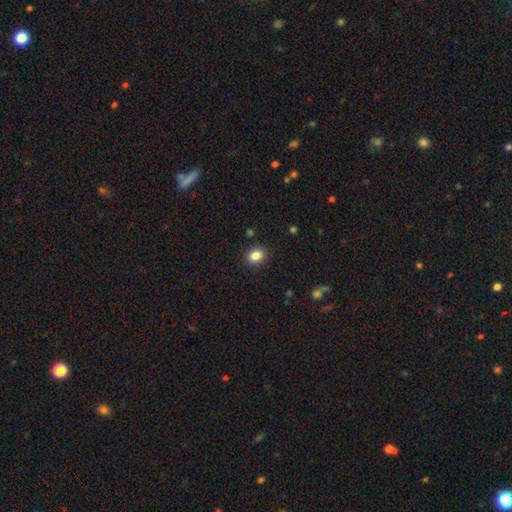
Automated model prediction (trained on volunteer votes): smooth_or_featured: smooth (p=0.85) [alt: star or artifact p=0.10]
how_rounded: round (p=0.53) [alt: in between p=0.46]
merging: none (p=0.88) [alt: minor disturbance p=0.08]